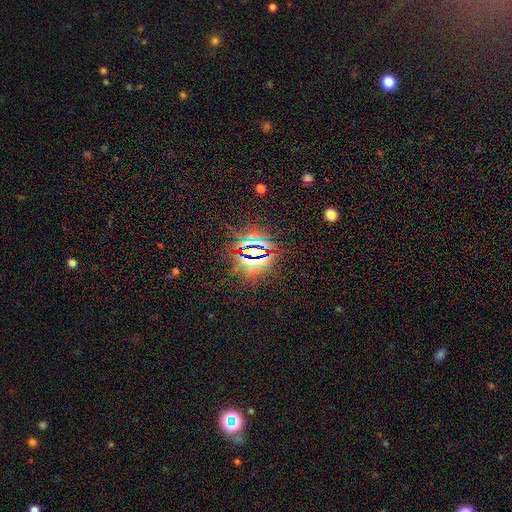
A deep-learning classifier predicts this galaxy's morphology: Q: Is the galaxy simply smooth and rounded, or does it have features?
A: star or artifact — 80%.